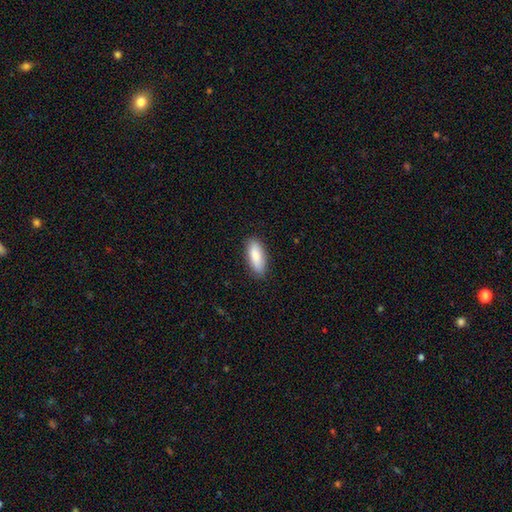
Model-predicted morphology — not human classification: Overall: smooth (86%). How rounded: in between (71%). Merging: none (87%).